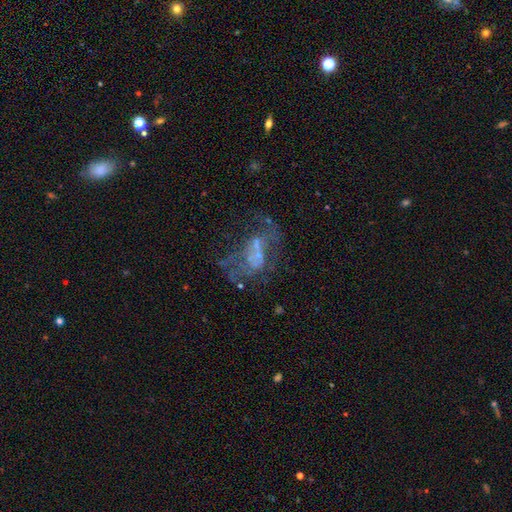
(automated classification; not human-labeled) Smooth or featured: featured or disk — 65% (star or artifact — 18%)
Edge-on disk: no — 97% (yes — 3%)
Bar: no — 79% (weak — 16%)
Spiral arms: no — 71% (yes — 29%)
Bulge size: none — 41% (small — 40%)
Merging: none — 32% (major disturbance — 31%)